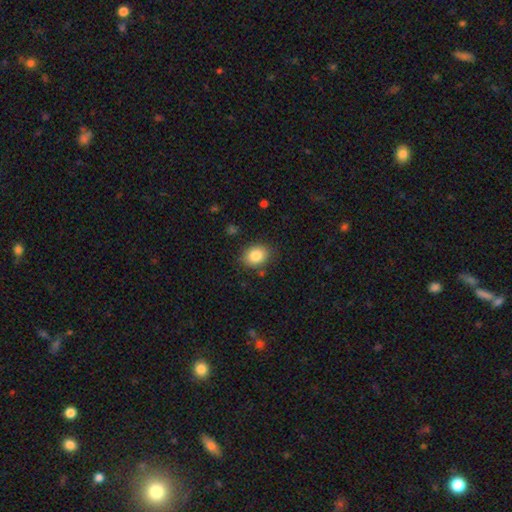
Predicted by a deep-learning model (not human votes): Smooth or featured: smooth — 85% (star or artifact — 9%)
How rounded: in between — 56% (round — 43%)
Merging: none — 84% (minor disturbance — 11%)